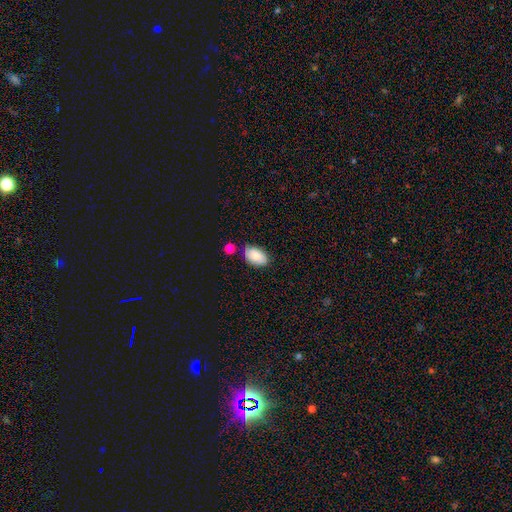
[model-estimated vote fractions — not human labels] This is likely a smooth galaxy (78%). How rounded: clearly in between (92%). Merging: likely none (70%).